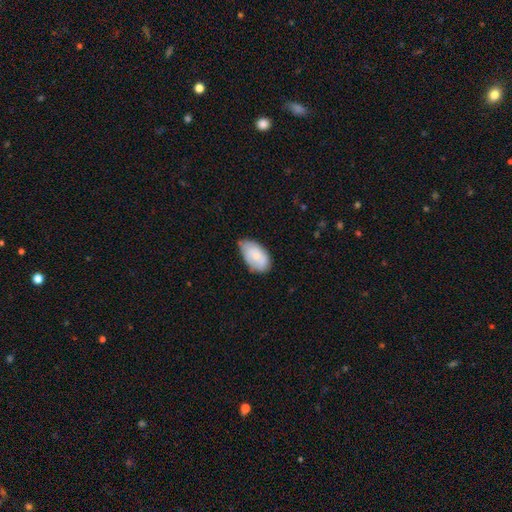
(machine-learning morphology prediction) Smooth or featured: smooth — 69% (featured or disk — 25%)
How rounded: in between — 94% (round — 4%)
Merging: none — 56% (minor disturbance — 36%)